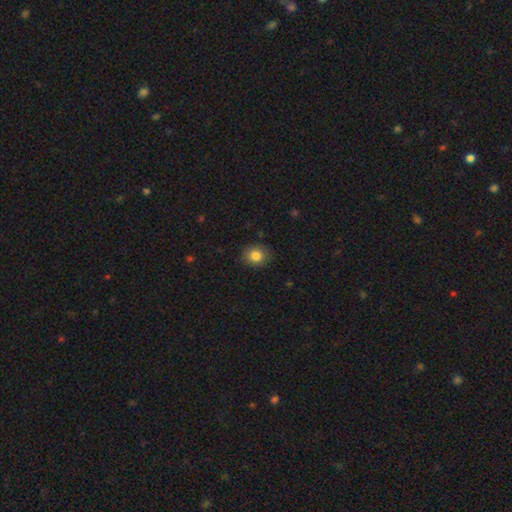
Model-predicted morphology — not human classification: Smooth or featured? smooth (84%)
How rounded? round (72%)
Merging? none (86%)